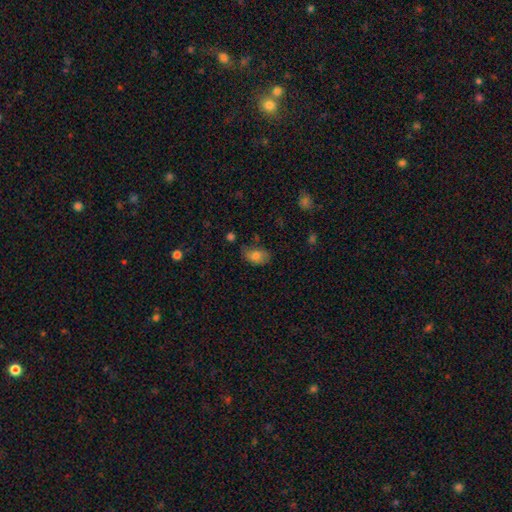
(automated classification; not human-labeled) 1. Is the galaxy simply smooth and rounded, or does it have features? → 80% smooth, 12% featured or disk, 9% star or artifact.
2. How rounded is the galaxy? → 88% in between, 10% round, 2% cigar-shaped.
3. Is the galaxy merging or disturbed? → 59% none, 30% minor disturbance, 8% major disturbance, 4% merger.